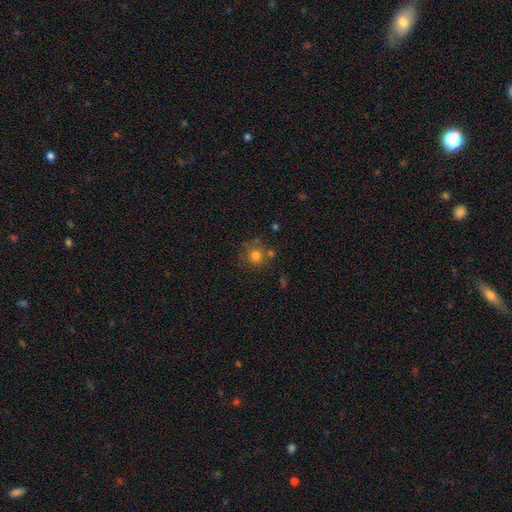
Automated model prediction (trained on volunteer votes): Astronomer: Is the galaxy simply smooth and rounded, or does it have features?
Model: smooth — 77%.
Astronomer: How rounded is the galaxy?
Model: round — 89%.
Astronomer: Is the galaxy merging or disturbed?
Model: none — 69%.